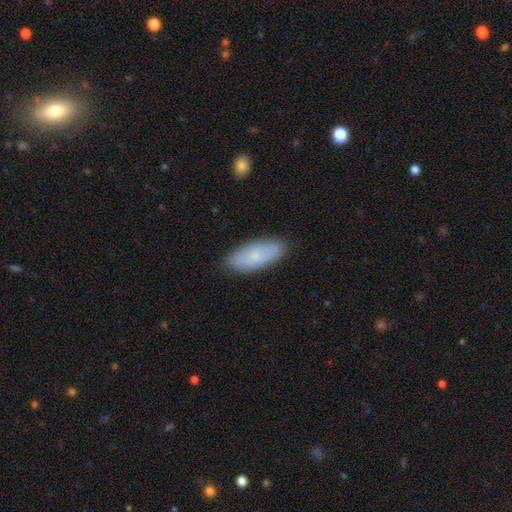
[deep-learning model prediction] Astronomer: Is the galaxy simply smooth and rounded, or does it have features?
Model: smooth — 73%.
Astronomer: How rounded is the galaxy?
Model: in between — 80%.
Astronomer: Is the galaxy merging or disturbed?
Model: none — 84%.